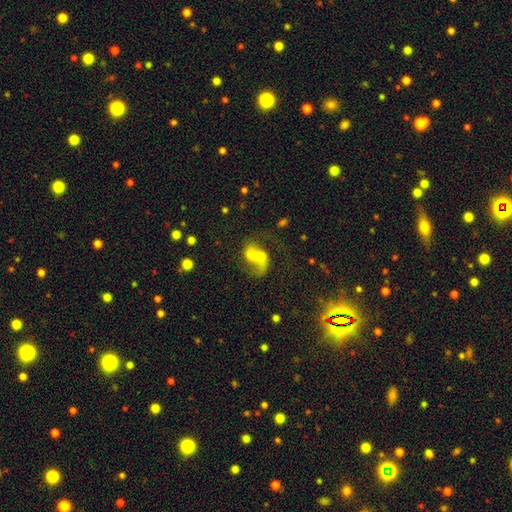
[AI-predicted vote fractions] Overall: featured or disk (58%; smooth 31%). Edge-on disk: no (97%). Bar: no (67%). Spiral arms: yes (75%). Bulge size: moderate (43%; small 31%). Merging: merger (53%; none 21%).